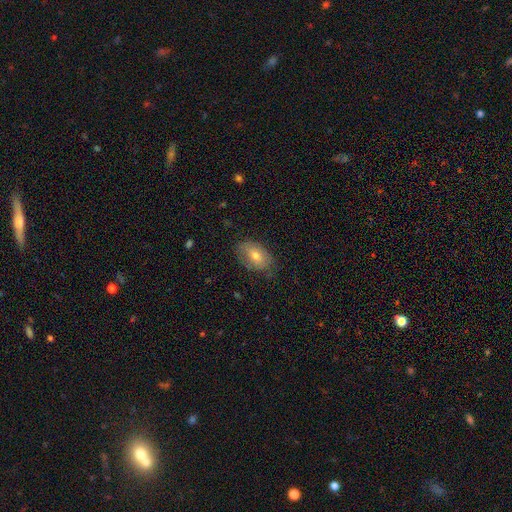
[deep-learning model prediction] This appears to be a smooth galaxy with no disk features (63%) that is in between round and cigar-shaped (88%). Merging: none (69%).